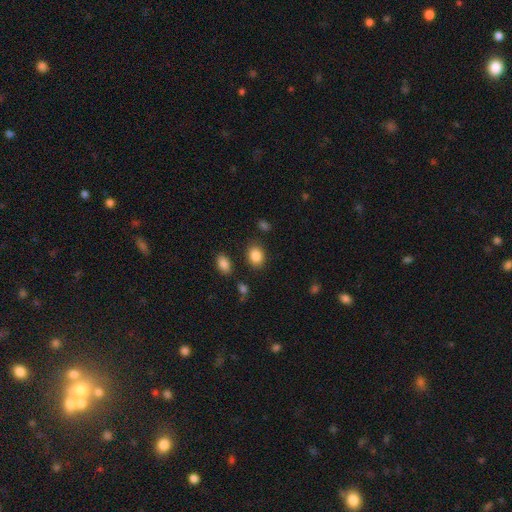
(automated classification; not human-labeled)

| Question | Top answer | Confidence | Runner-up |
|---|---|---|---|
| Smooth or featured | smooth | 86% | star or artifact (9%) |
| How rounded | in between | 60% | round (39%) |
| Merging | none | 84% | minor disturbance (10%) |